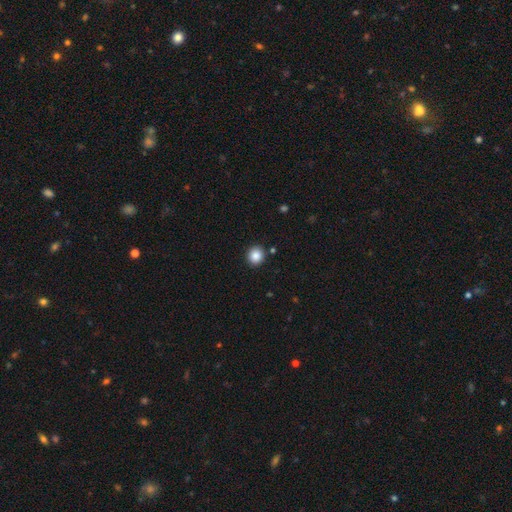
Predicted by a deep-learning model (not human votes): smooth-or-featured: smooth: 87% | star or artifact: 9% | featured or disk: 4%
  how-rounded: round: 85% | in between: 14% | cigar-shaped: 1%
  merging: none: 90% | minor disturbance: 6% | merger: 2% | major disturbance: 2%